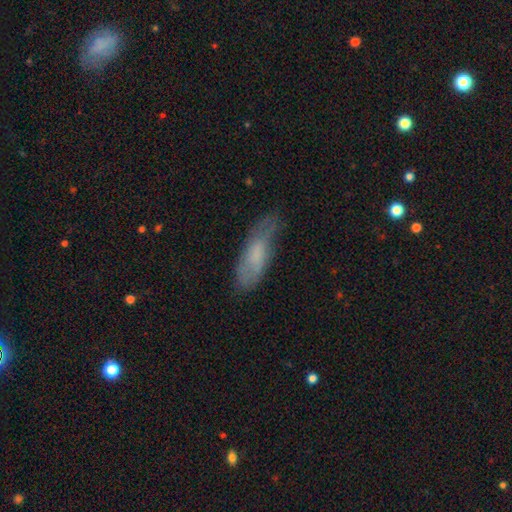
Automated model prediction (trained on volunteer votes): A smooth galaxy with no disk features (65%) that is in between round and cigar-shaped (57%). Merging: none (61%).